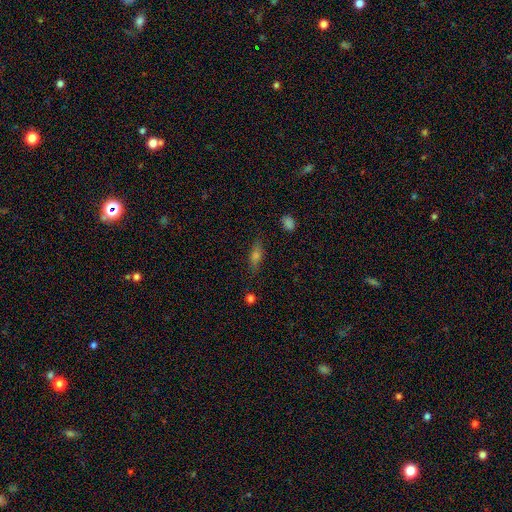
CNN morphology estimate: type=smooth (51%); roundness=cigar-shaped (52%); merging=none (84%).